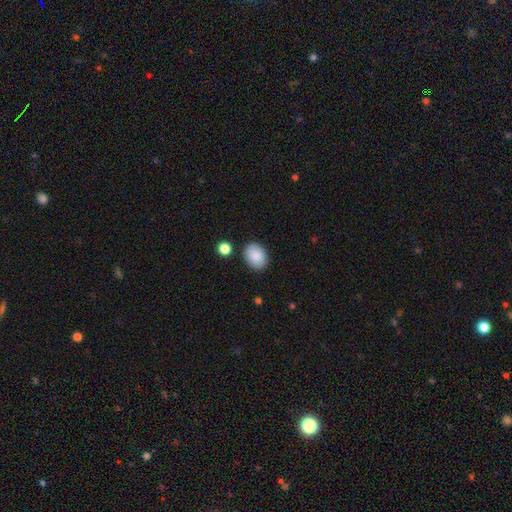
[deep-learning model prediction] smooth-or-featured: smooth: 89% | star or artifact: 7% | featured or disk: 4%
  how-rounded: in between: 72% | round: 27% | cigar-shaped: 1%
  merging: none: 85% | minor disturbance: 10% | merger: 3% | major disturbance: 2%